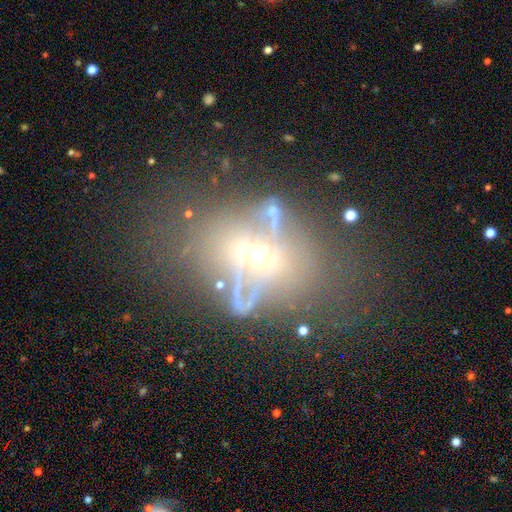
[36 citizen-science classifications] featured or disk 75%, smooth 22%, star or artifact 3%. Down the decision tree: edge-on disk — no (81%); bar — no (91%); spiral arms — no (95%); bulge size — moderate (59%); merging — none (74%).